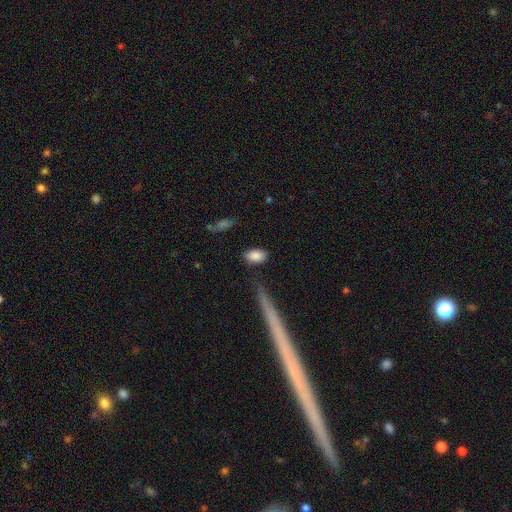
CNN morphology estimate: Smooth or featured?
  - smooth: 87% *
  - featured or disk: 7%
  - star or artifact: 7%
How rounded?
  - in between: 91% *
  - round: 6%
  - cigar-shaped: 4%
Merging?
  - none: 78% *
  - minor disturbance: 14%
  - major disturbance: 4%
  - merger: 3%